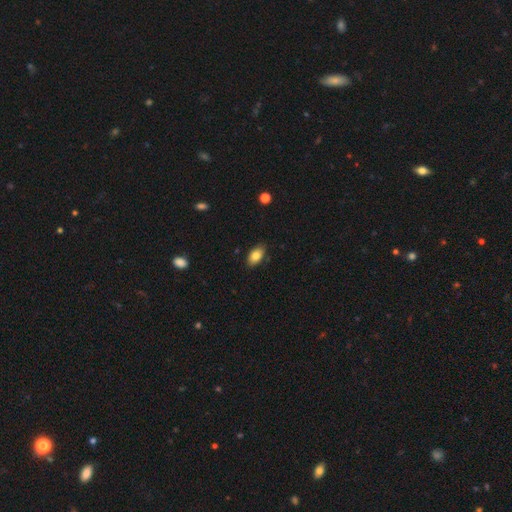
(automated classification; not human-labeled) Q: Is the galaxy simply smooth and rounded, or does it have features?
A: smooth — 83%.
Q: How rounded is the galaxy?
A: in between — 91%.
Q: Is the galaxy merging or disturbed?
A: none — 84%.